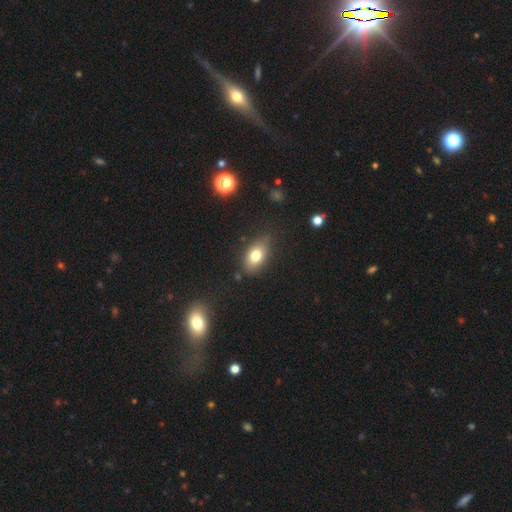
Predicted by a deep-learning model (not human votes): Smooth or featured?
  - smooth: 76% *
  - featured or disk: 14%
  - star or artifact: 10%
How rounded?
  - in between: 85% *
  - round: 12%
  - cigar-shaped: 3%
Merging?
  - none: 77% *
  - minor disturbance: 16%
  - major disturbance: 4%
  - merger: 3%